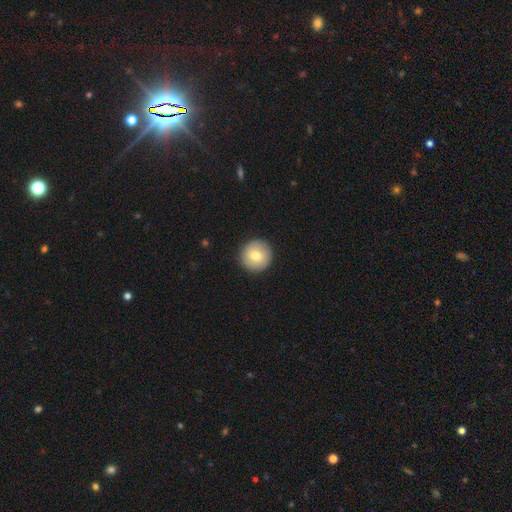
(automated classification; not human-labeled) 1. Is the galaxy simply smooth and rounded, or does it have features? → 76% smooth, 16% featured or disk, 8% star or artifact.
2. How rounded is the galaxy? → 96% round, 3% in between, 1% cigar-shaped.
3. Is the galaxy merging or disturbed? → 92% none, 6% minor disturbance, 2% major disturbance, 1% merger.